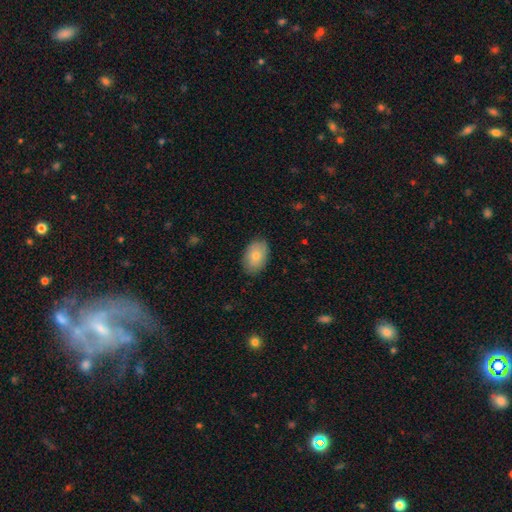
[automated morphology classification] Smooth or featured?
  - smooth: 80% *
  - featured or disk: 14%
  - star or artifact: 7%
How rounded?
  - in between: 88% *
  - round: 10%
  - cigar-shaped: 1%
Merging?
  - none: 85% *
  - minor disturbance: 11%
  - major disturbance: 2%
  - merger: 1%